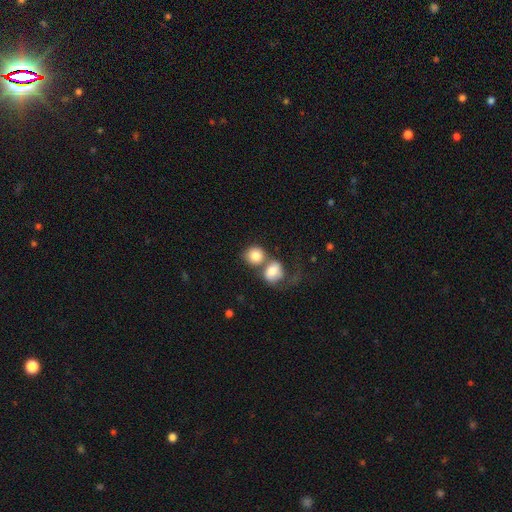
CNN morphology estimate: The model was most divided on "merging": merger: 56%, none: 29%, minor disturbance: 8%, major disturbance: 7%. More confident: smooth or featured — smooth (80%); how rounded — round (78%).